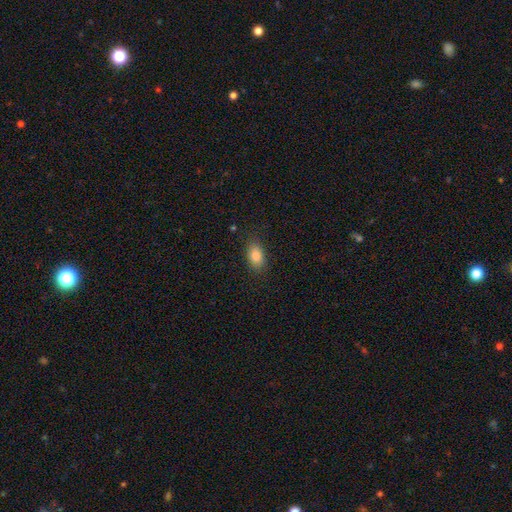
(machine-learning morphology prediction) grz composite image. It shows a smooth galaxy with no disk features (86%) that is in between round and cigar-shaped (89%). Merging: none (85%).